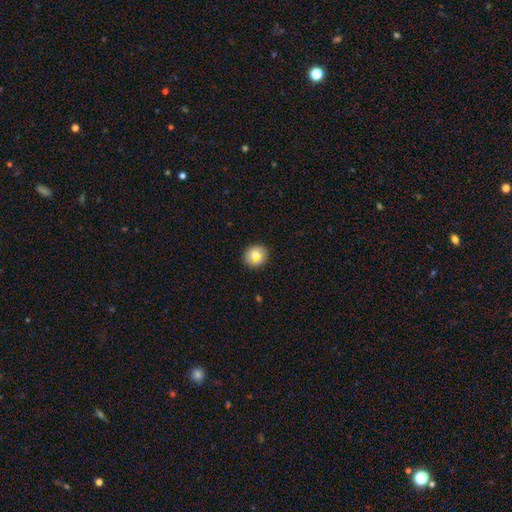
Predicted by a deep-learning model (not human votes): smooth_or_featured: smooth (p=0.70) [alt: featured or disk p=0.19]
how_rounded: round (p=0.85) [alt: in between p=0.14]
merging: none (p=0.87) [alt: minor disturbance p=0.09]